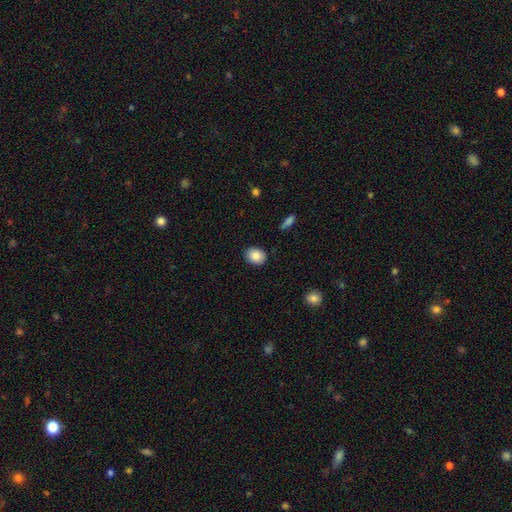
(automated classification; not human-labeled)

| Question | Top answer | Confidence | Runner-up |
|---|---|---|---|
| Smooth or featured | smooth | 87% | star or artifact (8%) |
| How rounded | in between | 52% | round (47%) |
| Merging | none | 88% | minor disturbance (9%) |